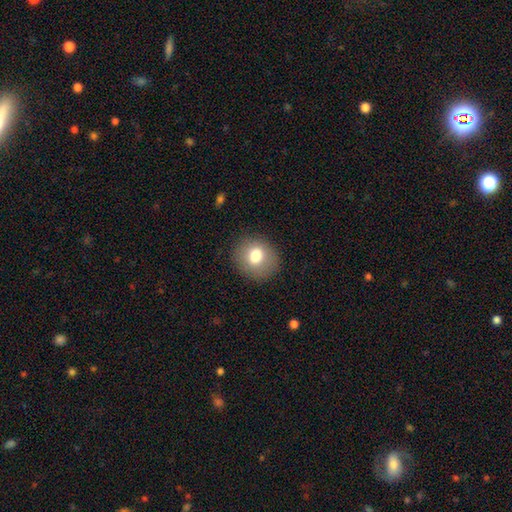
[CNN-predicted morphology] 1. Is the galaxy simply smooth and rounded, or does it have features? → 76% smooth, 14% featured or disk, 10% star or artifact.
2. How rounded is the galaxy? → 78% round, 21% in between, 1% cigar-shaped.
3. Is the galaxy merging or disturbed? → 86% none, 9% minor disturbance, 3% major disturbance, 1% merger.